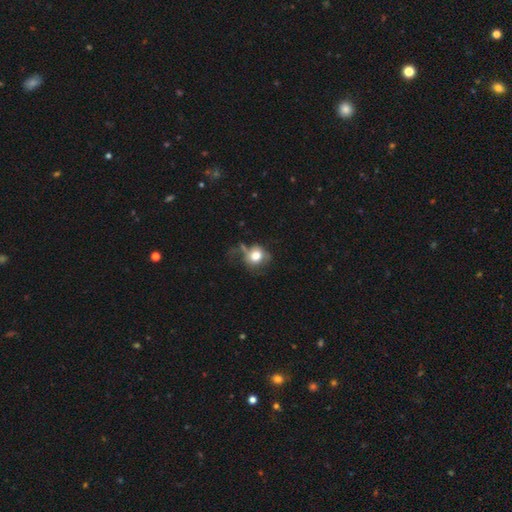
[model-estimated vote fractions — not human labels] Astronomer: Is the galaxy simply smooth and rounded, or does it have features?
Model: smooth — 73%.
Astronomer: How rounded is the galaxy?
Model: round — 73%.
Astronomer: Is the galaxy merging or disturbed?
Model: none — 41% (runner-up: minor disturbance, 26%).